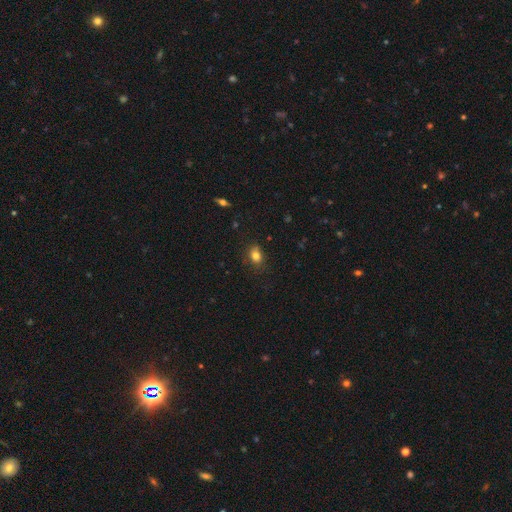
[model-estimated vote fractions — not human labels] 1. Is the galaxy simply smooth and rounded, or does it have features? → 81% smooth, 12% star or artifact, 8% featured or disk.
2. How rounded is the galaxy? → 62% in between, 37% round, 2% cigar-shaped.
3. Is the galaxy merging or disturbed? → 79% none, 16% minor disturbance, 3% major disturbance, 1% merger.